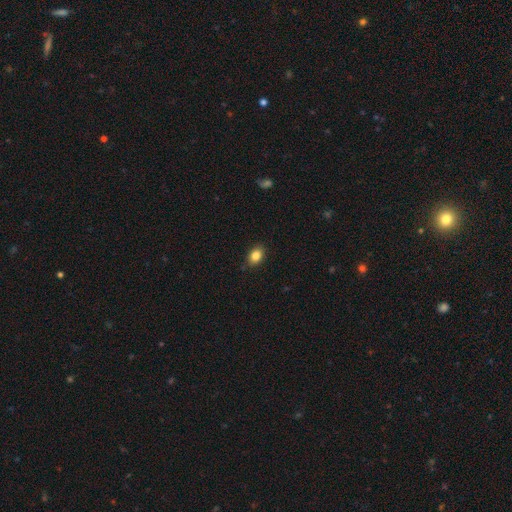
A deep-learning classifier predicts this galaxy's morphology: type=smooth (85%); roundness=in between (75%); merging=none (85%).